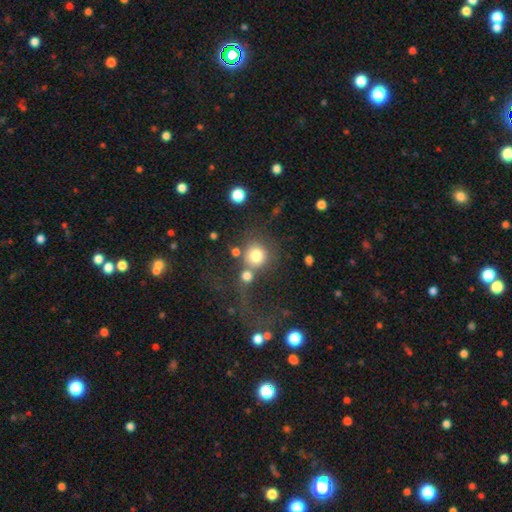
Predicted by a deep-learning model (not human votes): This appears to be a smooth galaxy with no disk features (76%) that is round (90%). Merging: none (44%).